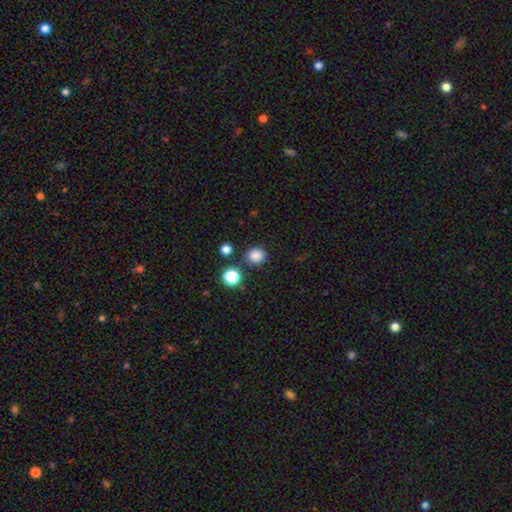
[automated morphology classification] smooth 84%, star or artifact 13%, featured or disk 4%. Down the decision tree: how rounded — round (88%); merging — none (84%).